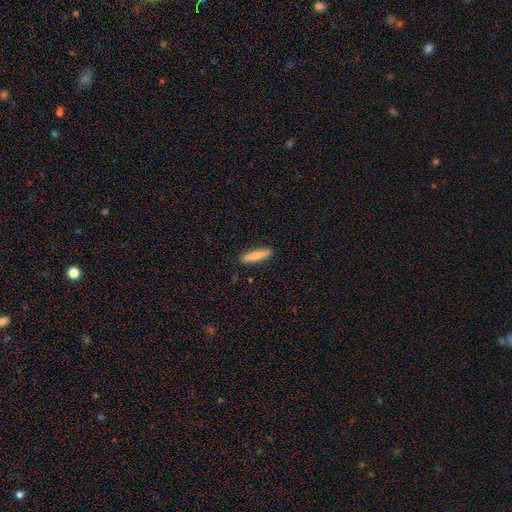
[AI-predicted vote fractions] smooth-or-featured: smooth: 82% | featured or disk: 12% | star or artifact: 6%
  how-rounded: cigar-shaped: 80% | in between: 18% | round: 1%
  merging: none: 89% | minor disturbance: 8% | major disturbance: 2% | merger: 1%